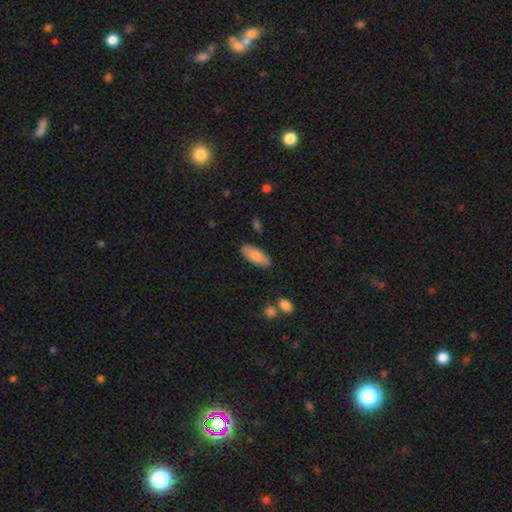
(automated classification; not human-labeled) A smooth galaxy with no disk features (80%) that is in between round and cigar-shaped (77%).

Vote fractions:
- Smooth or featured? smooth: 80% / featured or disk: 14% / star or artifact: 6%
- How rounded? in between: 77% / cigar-shaped: 22% / round: 2%
- Merging? none: 86% / minor disturbance: 10% / major disturbance: 2% / merger: 2%